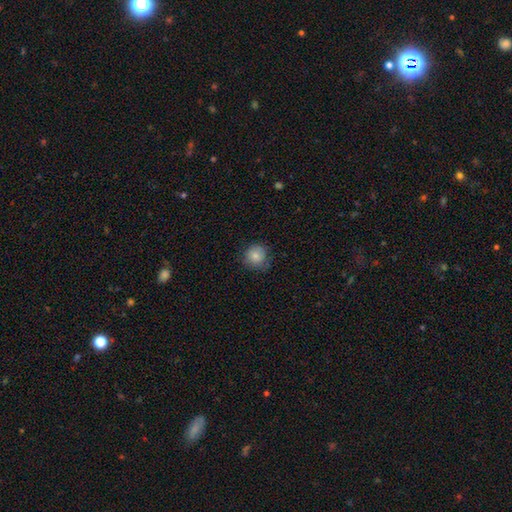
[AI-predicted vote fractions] smooth_or_featured: smooth (p=0.81) [alt: featured or disk p=0.10]
how_rounded: round (p=0.90) [alt: in between p=0.09]
merging: none (p=0.74) [alt: minor disturbance p=0.20]